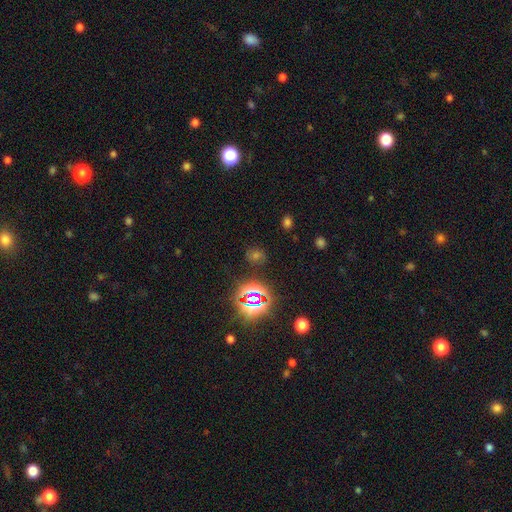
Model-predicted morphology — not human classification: This is possibly a star or artifact rather than a galaxy (57%).